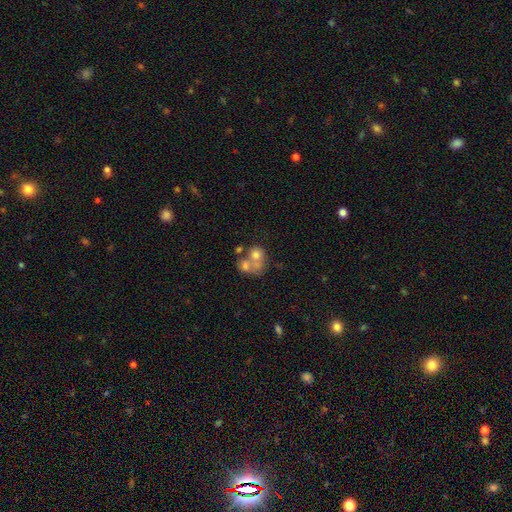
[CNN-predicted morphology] A smooth galaxy with no disk features (56%) that is round (63%). Merging: merger (60%).